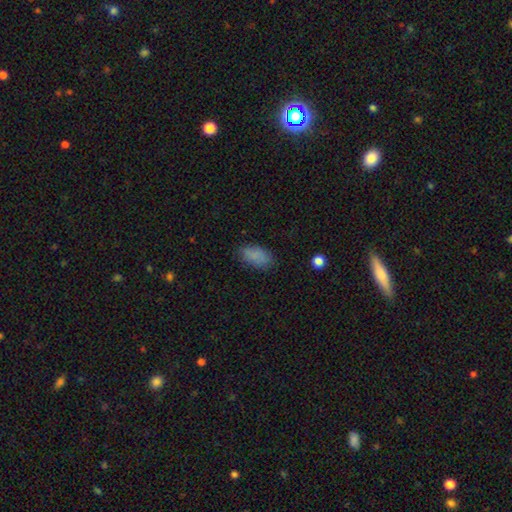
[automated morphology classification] smooth 84%, star or artifact 10%, featured or disk 6%. Down the decision tree: how rounded — in between (92%); merging — none (78%).